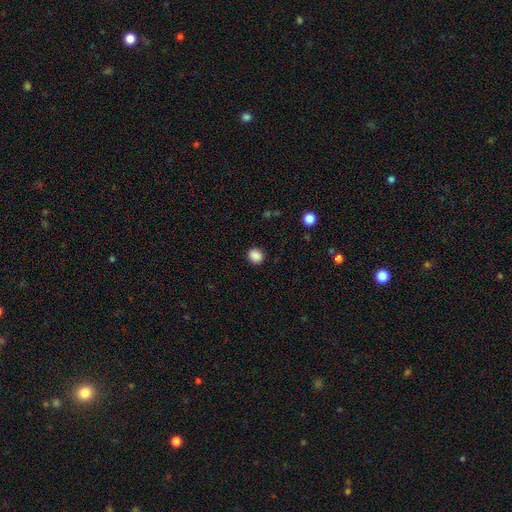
smooth_or_featured: smooth (p=0.87) [alt: star or artifact p=0.08]
how_rounded: round (p=0.82) [alt: in between p=0.15]
merging: none (p=0.86) [alt: minor disturbance p=0.11]